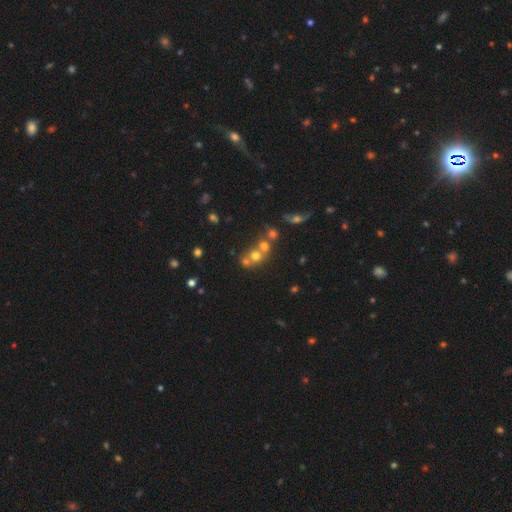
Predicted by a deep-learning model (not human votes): The model was most divided on "merging": merger: 52%, none: 36%, minor disturbance: 7%, major disturbance: 4%. More confident: how rounded — round (78%); smooth or featured — smooth (59%).